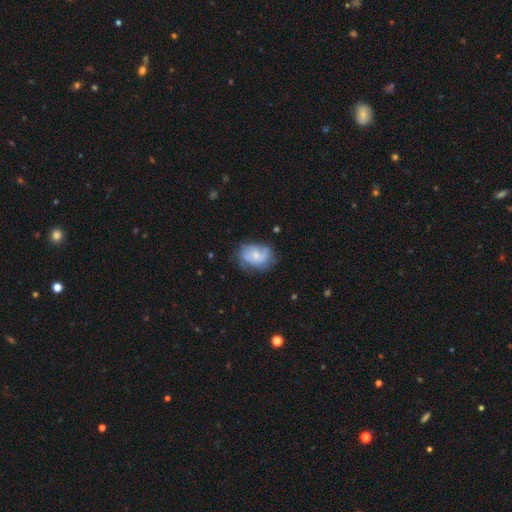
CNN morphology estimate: Smooth or featured?
  - featured or disk: 54% *
  - smooth: 38%
  - star or artifact: 8%
Edge-on disk?
  - no: 97% *
  - yes: 3%
Bar?
  - no: 67% *
  - weak: 29%
  - strong: 5%
Spiral arms?
  - yes: 72% *
  - no: 28%
Bulge size?
  - small: 54% *
  - moderate: 29%
  - none: 12%
  - large: 3%
  - dominant: 1%
Merging?
  - none: 53% *
  - minor disturbance: 28%
  - major disturbance: 16%
  - merger: 3%